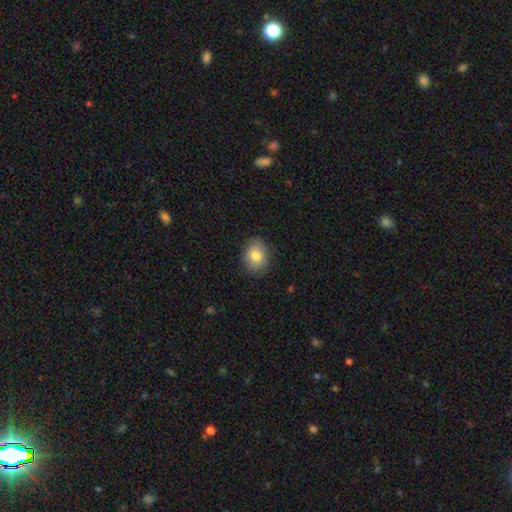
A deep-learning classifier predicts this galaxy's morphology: smooth 82%, featured or disk 10%, star or artifact 8%. Down the decision tree: how rounded — in between (58%); merging — none (86%).